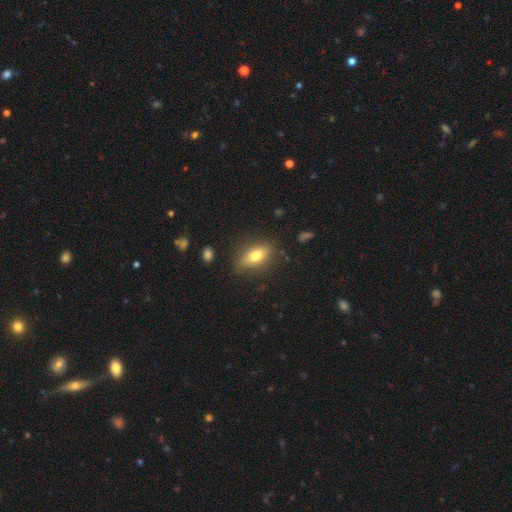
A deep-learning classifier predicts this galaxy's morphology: A smooth galaxy with no disk features (68%) that is in between round and cigar-shaped (75%). Merging: none (79%).